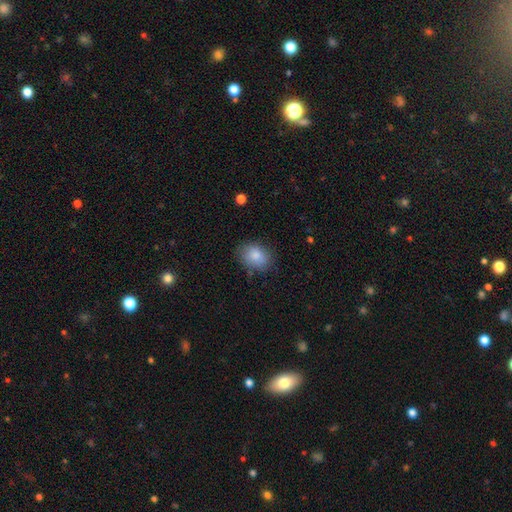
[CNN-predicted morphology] The model was most divided on "how rounded": in between: 66%, round: 33%, cigar-shaped: 1%. More confident: smooth or featured — smooth (85%); merging — none (78%).